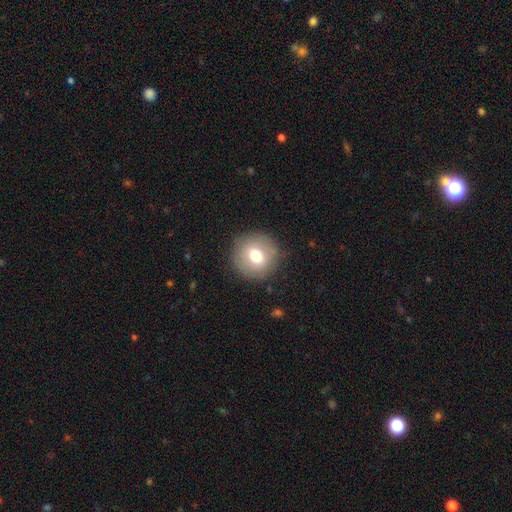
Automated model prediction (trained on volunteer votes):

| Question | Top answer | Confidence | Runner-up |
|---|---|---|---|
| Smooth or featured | smooth | 73% | featured or disk (18%) |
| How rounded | round | 94% | in between (5%) |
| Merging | none | 87% | minor disturbance (9%) |